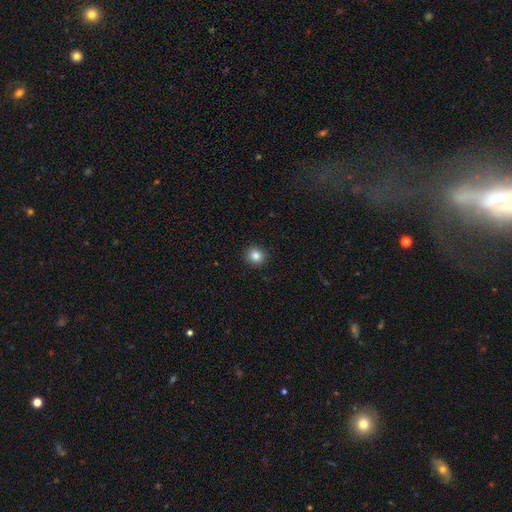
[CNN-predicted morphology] type=smooth (84%); roundness=round (87%); merging=none (91%).